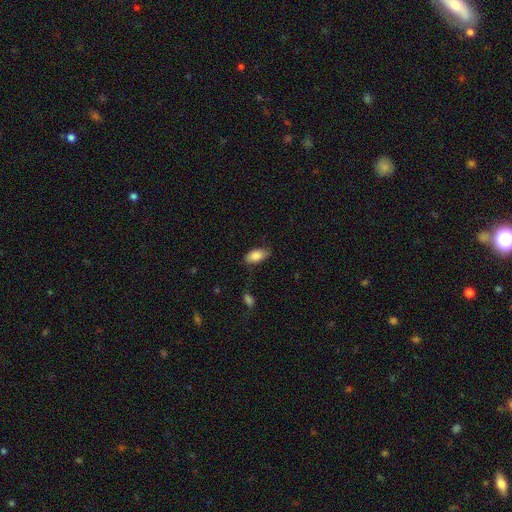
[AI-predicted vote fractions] A smooth galaxy with no disk features (85%) that is in between round and cigar-shaped (92%). Merging: none (70%).